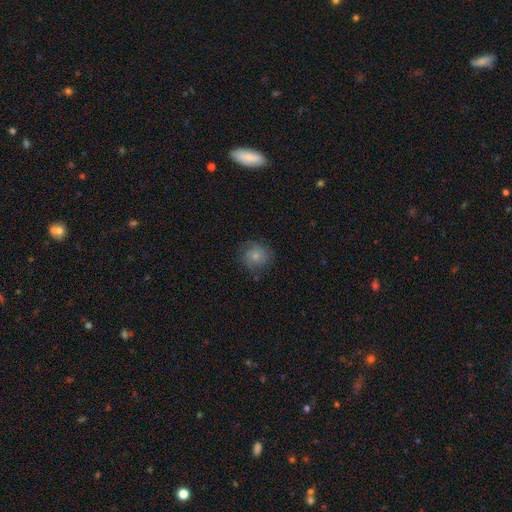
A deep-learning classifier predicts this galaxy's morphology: smooth-or-featured: featured or disk: 47% | smooth: 44% | star or artifact: 9%
  merging: none: 71% | minor disturbance: 20% | major disturbance: 8% | merger: 1%